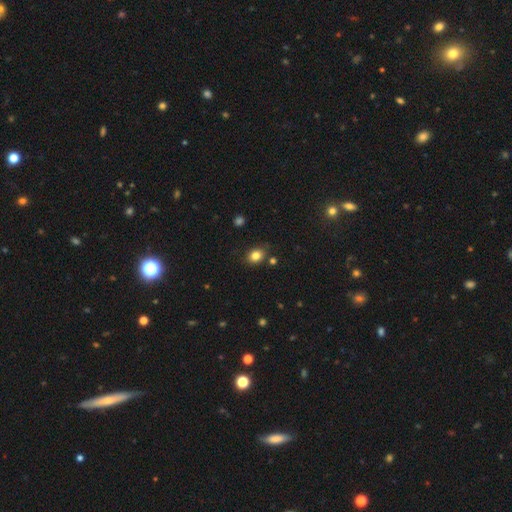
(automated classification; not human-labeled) Morphology: type=smooth (83%); roundness=in between (56%); merging=none (80%).